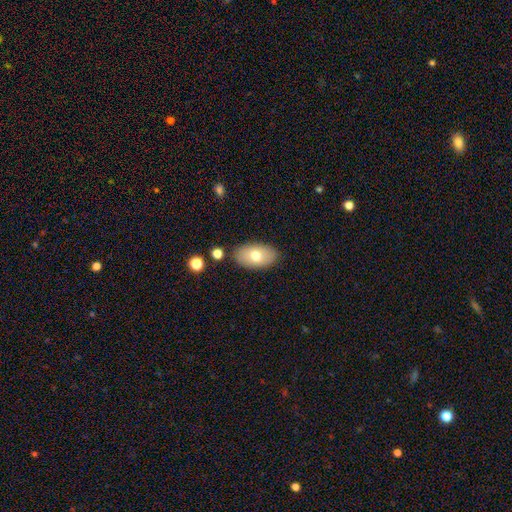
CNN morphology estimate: smooth 72%, featured or disk 21%, star or artifact 7%. Down the decision tree: how rounded — in between (93%); merging — none (84%).